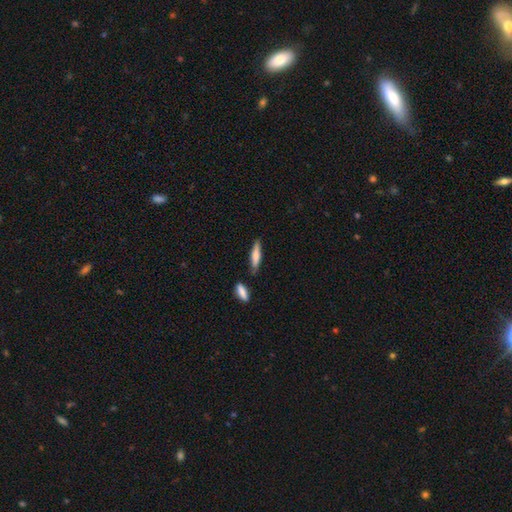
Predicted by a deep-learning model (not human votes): smooth_or_featured: smooth (p=0.71) [alt: featured or disk p=0.24]
how_rounded: cigar-shaped (p=0.78) [alt: in between p=0.20]
merging: none (p=0.78) [alt: minor disturbance p=0.13]